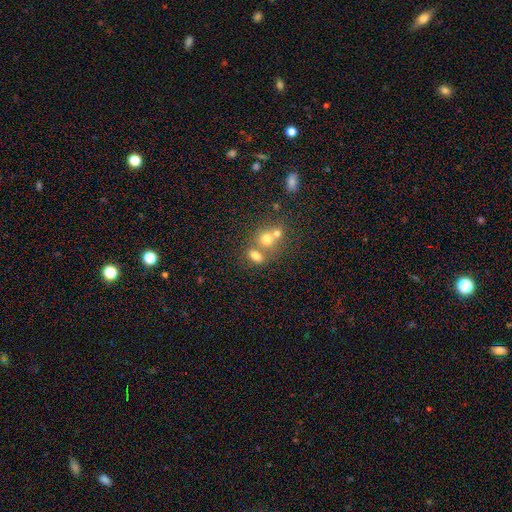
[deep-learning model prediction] Smooth or featured? Predicted: smooth (p=0.71). How rounded? Predicted: in between (p=0.60). Merging? Predicted: merger (p=0.46).